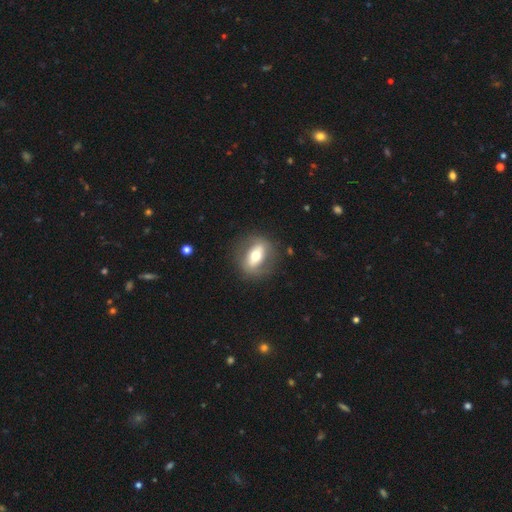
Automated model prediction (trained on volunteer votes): This is possibly a featured or disk galaxy (47%). Merging: clearly none (81%).